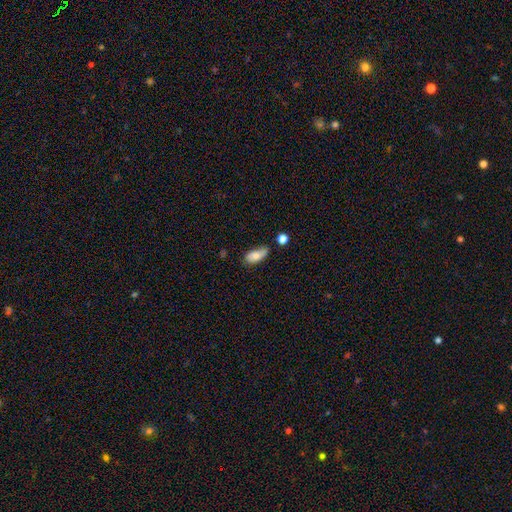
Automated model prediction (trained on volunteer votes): Smooth or featured?
  - smooth: 73% *
  - featured or disk: 19%
  - star or artifact: 8%
How rounded?
  - in between: 88% *
  - cigar-shaped: 8%
  - round: 3%
Merging?
  - none: 55% *
  - minor disturbance: 31%
  - major disturbance: 8%
  - merger: 6%